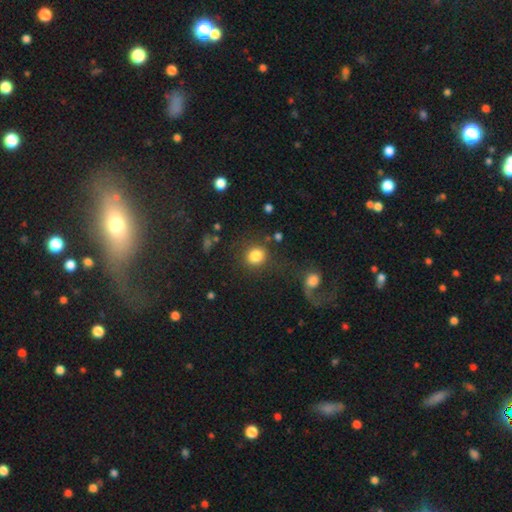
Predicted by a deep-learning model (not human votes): smooth 82%, star or artifact 11%, featured or disk 7%. Down the decision tree: how rounded — round (86%); merging — none (77%).